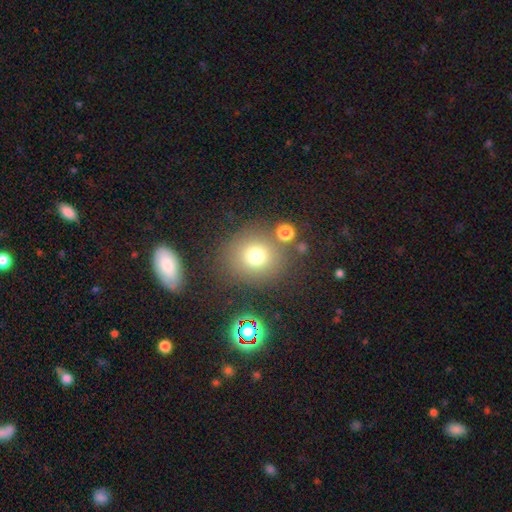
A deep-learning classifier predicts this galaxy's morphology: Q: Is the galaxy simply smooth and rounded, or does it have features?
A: smooth — 73%.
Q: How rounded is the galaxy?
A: round — 89%.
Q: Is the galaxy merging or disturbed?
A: none — 78%.